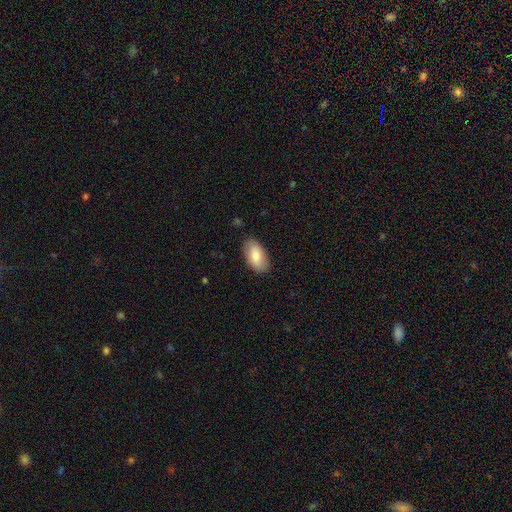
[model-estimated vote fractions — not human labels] A smooth galaxy with no disk features (79%) that is in between round and cigar-shaped (95%). Merging: none (85%).